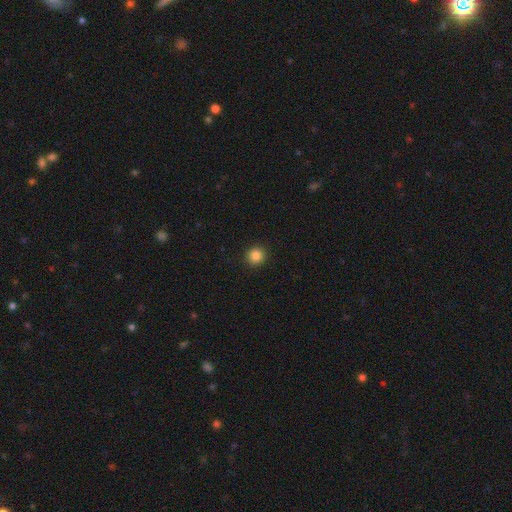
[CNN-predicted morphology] The model was most divided on "smooth or featured": smooth: 85%, star or artifact: 11%, featured or disk: 4%. More confident: how rounded — round (94%); merging — none (93%).